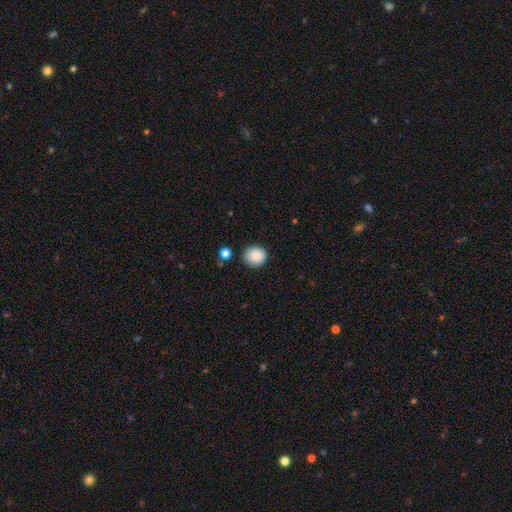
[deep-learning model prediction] Overall: smooth (88%). How rounded: round (84%). Merging: none (85%).